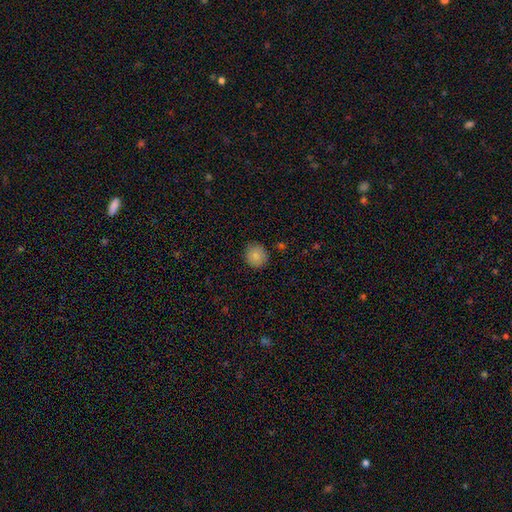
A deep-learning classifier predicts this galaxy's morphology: A smooth galaxy with no disk features (86%) that is round (91%).

Vote fractions:
- Smooth or featured? smooth: 86% / star or artifact: 9% / featured or disk: 5%
- How rounded? round: 91% / in between: 8% / cigar-shaped: 1%
- Merging? none: 87% / minor disturbance: 9% / major disturbance: 2% / merger: 1%